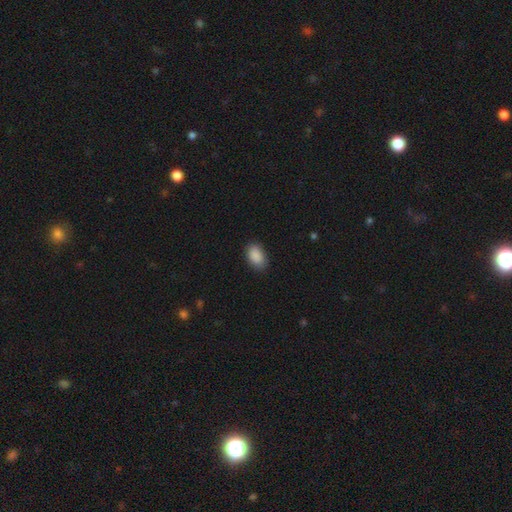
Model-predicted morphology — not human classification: Smooth or featured? smooth (90%)
How rounded? in between (90%)
Merging? none (83%)